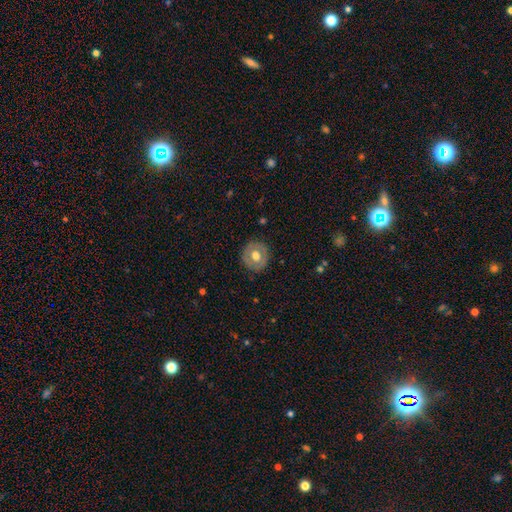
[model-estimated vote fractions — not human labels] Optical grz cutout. It shows a smooth galaxy with no disk features (55%) that is round (88%). Merging: none (86%).